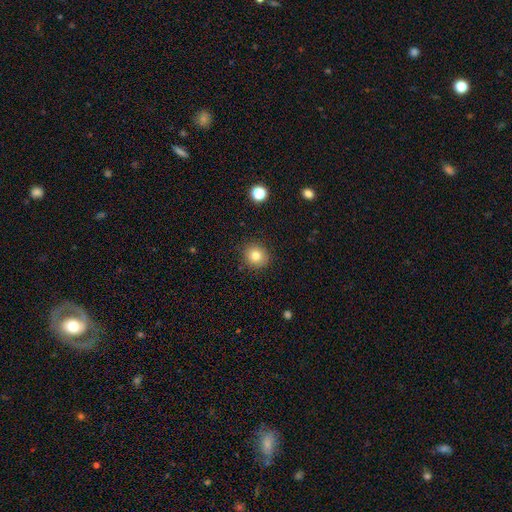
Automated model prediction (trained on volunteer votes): smooth-or-featured: smooth: 80% | star or artifact: 11% | featured or disk: 8%
  how-rounded: round: 86% | in between: 13% | cigar-shaped: 1%
  merging: none: 89% | minor disturbance: 7% | major disturbance: 2% | merger: 1%